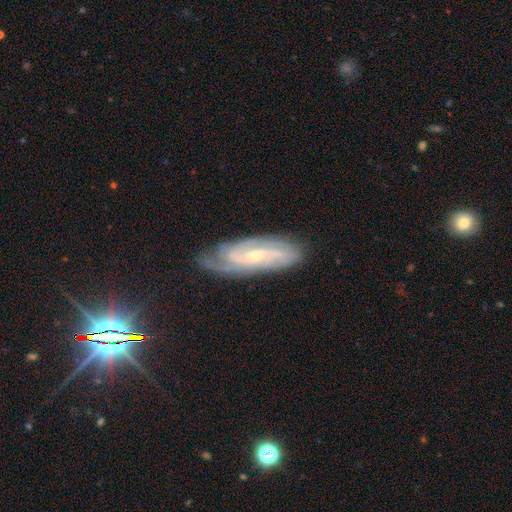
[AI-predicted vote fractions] Smooth or featured? Predicted: featured or disk (p=0.84). Edge-on disk? Predicted: no (p=0.90). Bar? Predicted: no (p=0.49). Spiral arms? Predicted: yes (p=0.97). Spiral winding? Predicted: tight (p=0.55). Spiral arm count? Predicted: 2 (p=0.28). Bulge size? Predicted: small (p=0.67). Merging? Predicted: none (p=0.75).